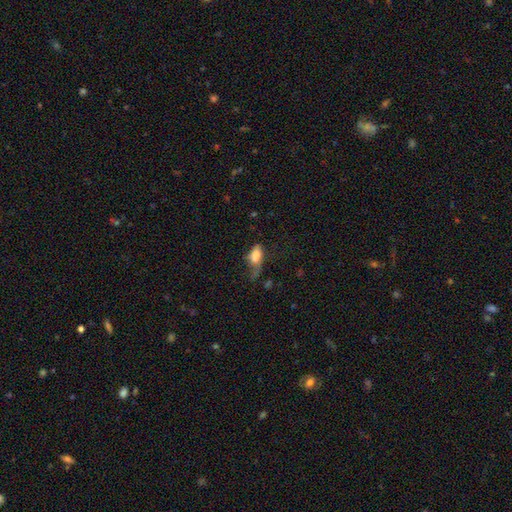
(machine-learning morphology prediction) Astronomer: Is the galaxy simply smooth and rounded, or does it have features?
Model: smooth — 72%.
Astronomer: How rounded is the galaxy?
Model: in between — 84%.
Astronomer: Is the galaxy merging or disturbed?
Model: major disturbance — 44% (runner-up: minor disturbance, 26%).